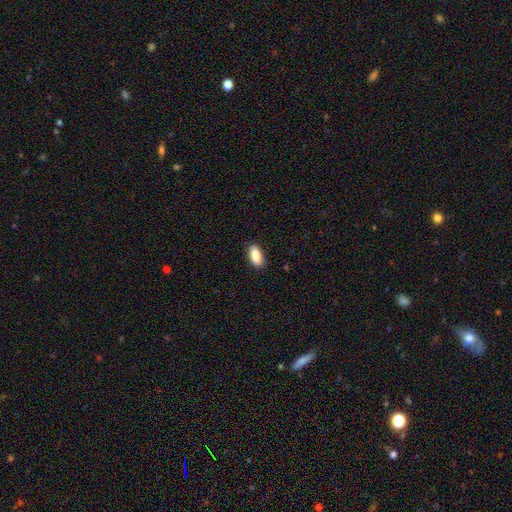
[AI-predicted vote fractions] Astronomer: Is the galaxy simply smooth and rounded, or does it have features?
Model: smooth — 88%.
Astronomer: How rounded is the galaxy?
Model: in between — 88%.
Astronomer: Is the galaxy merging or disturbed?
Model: none — 89%.